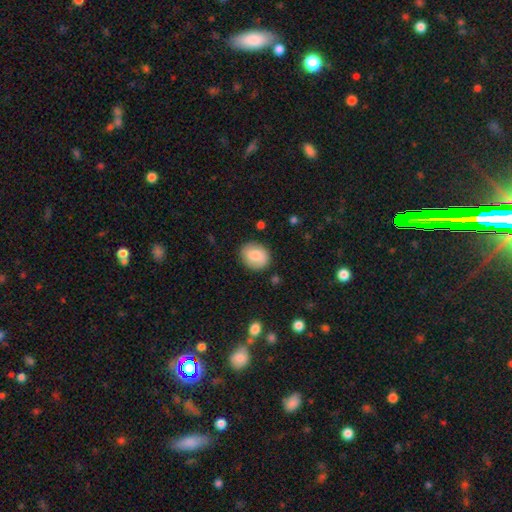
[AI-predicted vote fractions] smooth_or_featured: smooth (p=0.82) [alt: featured or disk p=0.11]
how_rounded: round (p=0.70) [alt: in between p=0.29]
merging: none (p=0.84) [alt: minor disturbance p=0.11]